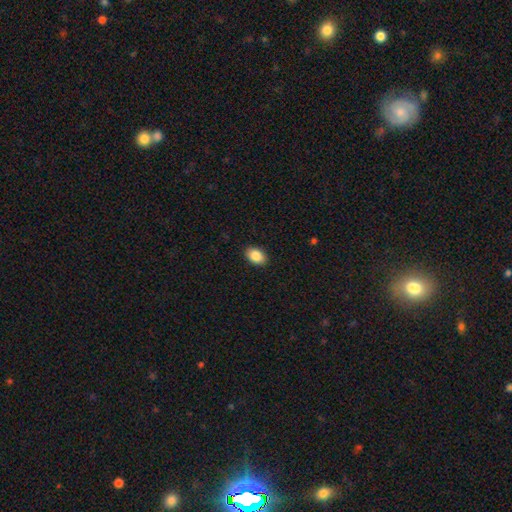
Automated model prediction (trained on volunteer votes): smooth-or-featured: smooth: 88% | star or artifact: 8% | featured or disk: 5%
  how-rounded: in between: 85% | round: 13% | cigar-shaped: 1%
  merging: none: 90% | minor disturbance: 7% | major disturbance: 2% | merger: 1%